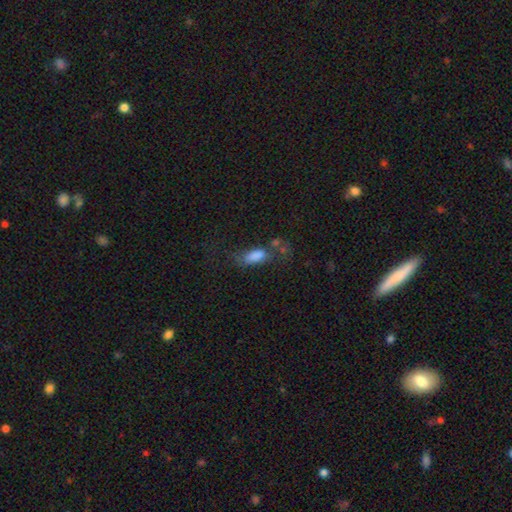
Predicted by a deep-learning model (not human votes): A smooth galaxy with no disk features (78%) that is in between round and cigar-shaped (78%). Merging: none (37%).